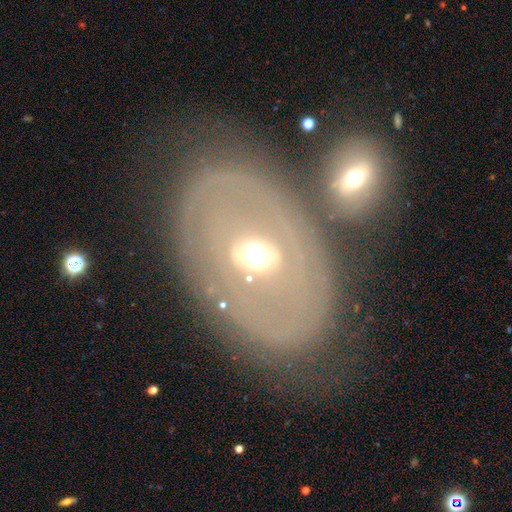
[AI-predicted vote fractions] Smooth or featured: featured or disk — 63% (smooth — 27%)
Edge-on disk: no — 89% (yes — 11%)
Bar: no — 67% (weak — 21%)
Spiral arms: no — 70% (yes — 30%)
Bulge size: moderate — 65% (large — 16%)
Merging: none — 68% (minor disturbance — 15%)